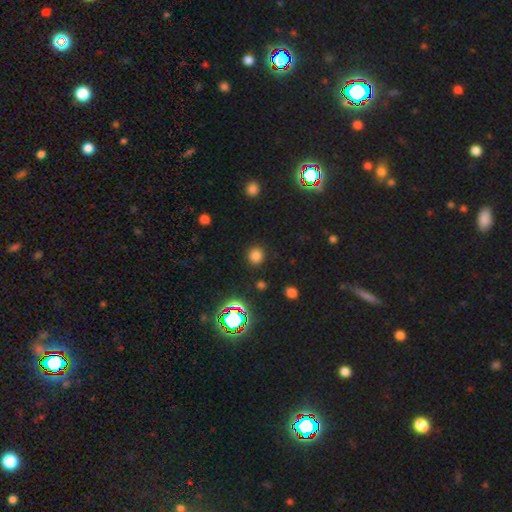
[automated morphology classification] This is likely a smooth galaxy (75%). How rounded: clearly round (90%). Merging: clearly none (89%).